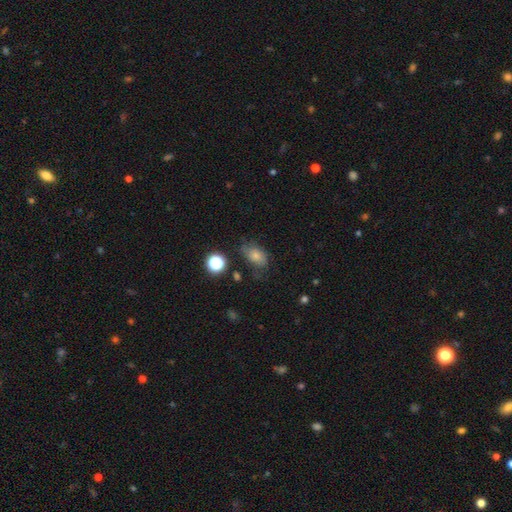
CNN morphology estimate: smooth-or-featured: smooth: 73% | featured or disk: 14% | star or artifact: 13%
  how-rounded: in between: 84% | round: 15% | cigar-shaped: 2%
  merging: none: 57% | minor disturbance: 28% | major disturbance: 12% | merger: 3%